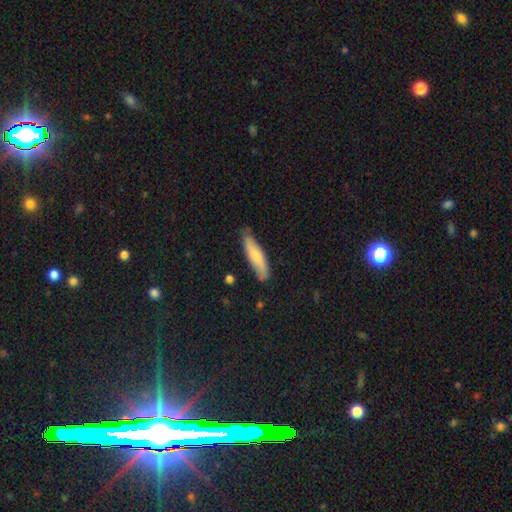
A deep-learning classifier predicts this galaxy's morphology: This is likely a smooth galaxy (69%). How rounded: likely cigar-shaped (71%). Merging: likely none (77%).